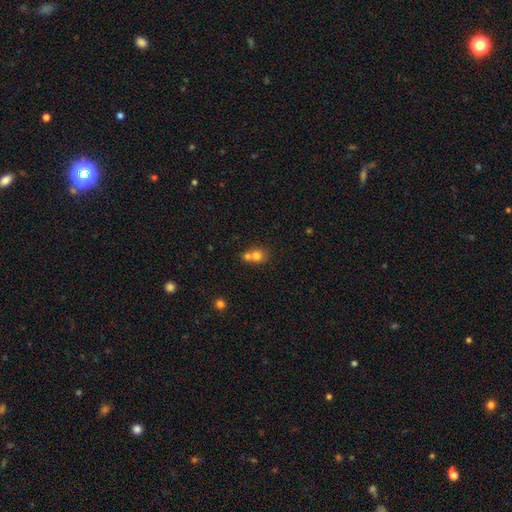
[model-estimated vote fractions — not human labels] Smooth or featured?
  - smooth: 75% *
  - featured or disk: 13%
  - star or artifact: 12%
How rounded?
  - round: 74% *
  - in between: 25%
  - cigar-shaped: 1%
Merging?
  - merger: 58% *
  - none: 33%
  - minor disturbance: 6%
  - major disturbance: 3%